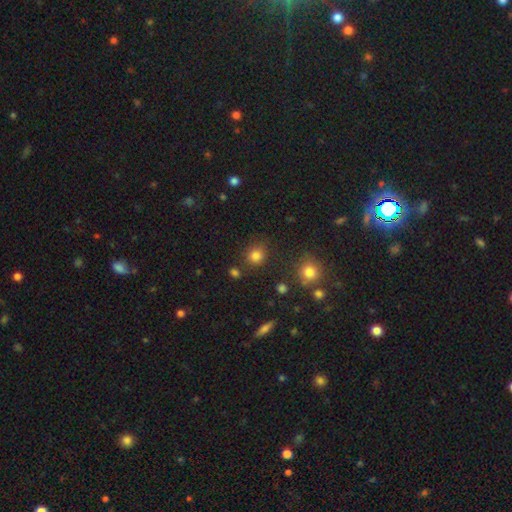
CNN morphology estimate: Smooth or featured? Predicted: smooth (p=0.80). How rounded? Predicted: round (p=0.83). Merging? Predicted: none (p=0.79).